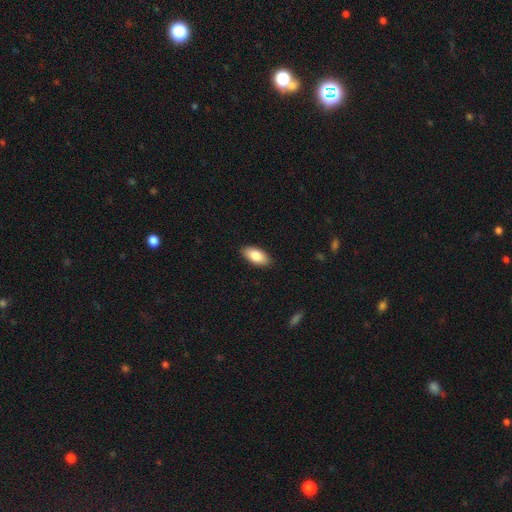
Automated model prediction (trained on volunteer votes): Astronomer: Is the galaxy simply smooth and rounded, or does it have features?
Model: smooth — 85%.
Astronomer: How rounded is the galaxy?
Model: in between — 92%.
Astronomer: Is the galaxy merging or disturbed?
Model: none — 89%.